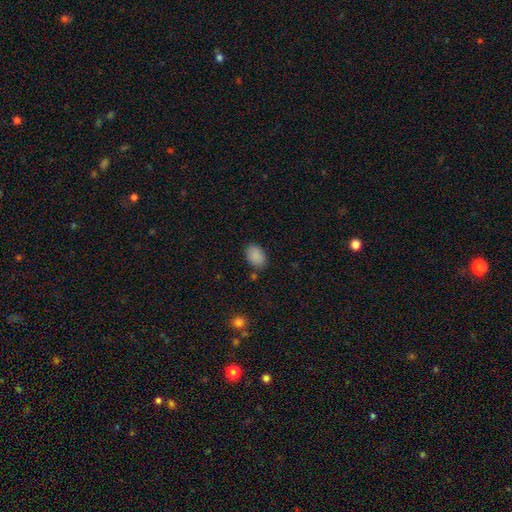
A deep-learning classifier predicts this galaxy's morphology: The model was most divided on "how rounded": in between: 83%, round: 16%, cigar-shaped: 1%. More confident: smooth or featured — smooth (88%); merging — none (81%).